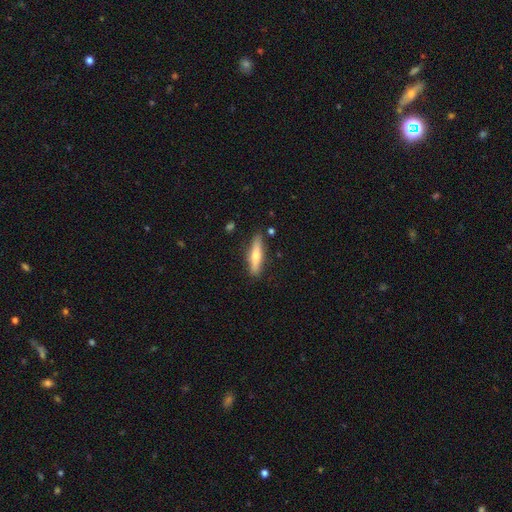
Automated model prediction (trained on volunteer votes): This is possibly a smooth galaxy (52%). How rounded: likely cigar-shaped (79%). Merging: clearly none (86%).